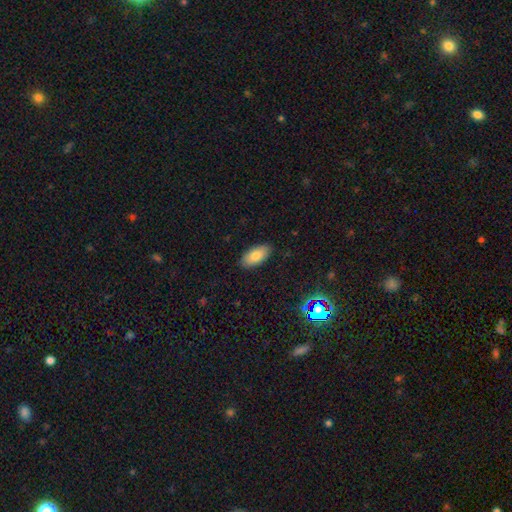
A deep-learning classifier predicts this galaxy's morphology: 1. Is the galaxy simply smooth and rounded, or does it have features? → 83% smooth, 10% featured or disk, 7% star or artifact.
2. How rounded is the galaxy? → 93% in between, 4% cigar-shaped, 2% round.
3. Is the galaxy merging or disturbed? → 88% none, 9% minor disturbance, 2% major disturbance, 1% merger.